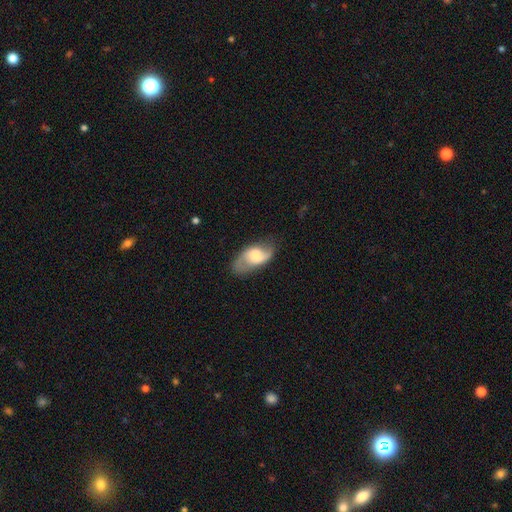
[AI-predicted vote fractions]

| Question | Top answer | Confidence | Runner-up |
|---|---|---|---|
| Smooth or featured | featured or disk | 65% | smooth (28%) |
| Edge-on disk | no | 93% | yes (7%) |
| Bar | no | 57% | weak (36%) |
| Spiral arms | yes | 90% | no (10%) |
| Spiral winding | loose | 50% | medium (38%) |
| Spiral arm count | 2 | 87% | can't tell (6%) |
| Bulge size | moderate | 54% | large (23%) |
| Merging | none | 74% | minor disturbance (18%) |